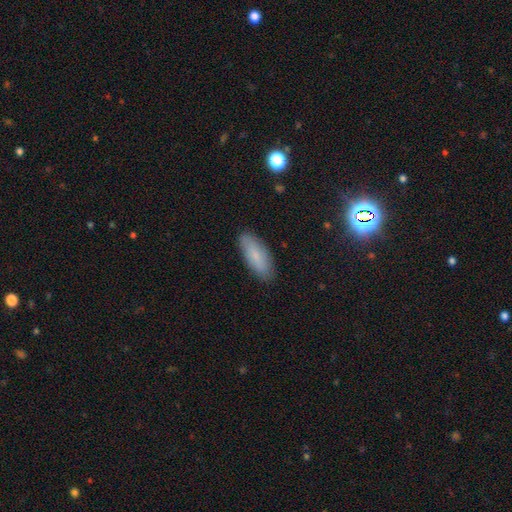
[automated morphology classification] Smooth or featured: smooth — 75% (featured or disk — 17%)
How rounded: in between — 72% (cigar-shaped — 26%)
Merging: none — 86% (minor disturbance — 11%)